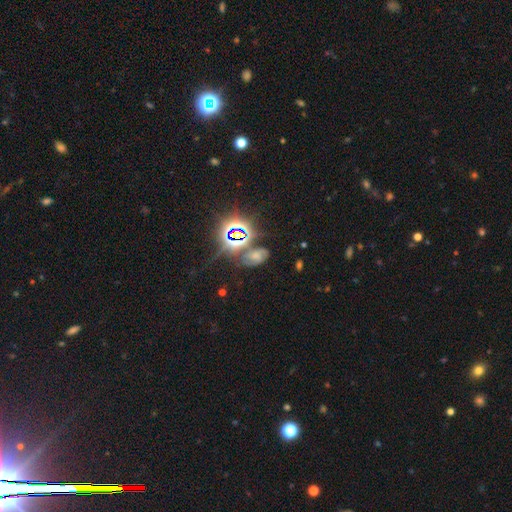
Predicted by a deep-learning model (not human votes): The model was most divided on "smooth or featured": star or artifact: 45%, featured or disk: 28%, smooth: 27%.